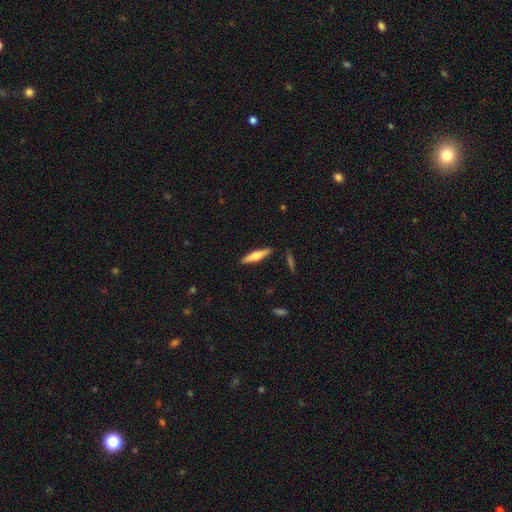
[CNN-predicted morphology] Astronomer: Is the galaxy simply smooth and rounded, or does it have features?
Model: smooth — 49% (runner-up: featured or disk, 45%).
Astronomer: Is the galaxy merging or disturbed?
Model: none — 89%.